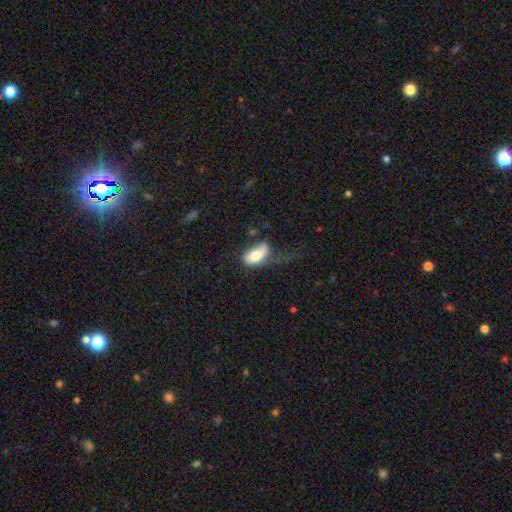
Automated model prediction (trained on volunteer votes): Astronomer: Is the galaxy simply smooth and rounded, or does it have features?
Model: smooth — 70%.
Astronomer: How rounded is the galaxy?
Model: in between — 91%.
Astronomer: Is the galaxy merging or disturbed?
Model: major disturbance — 43% (runner-up: minor disturbance, 28%).